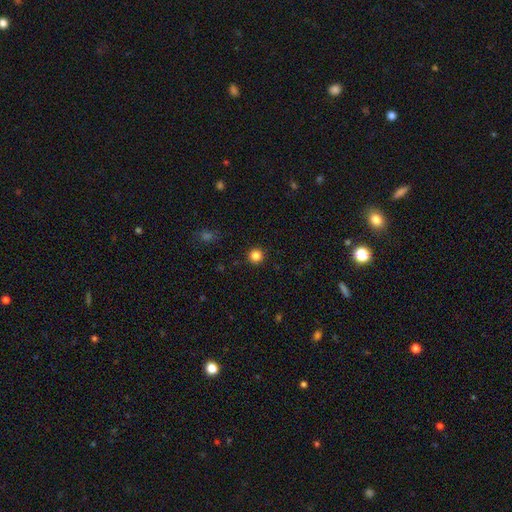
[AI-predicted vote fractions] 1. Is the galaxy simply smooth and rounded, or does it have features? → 84% smooth, 12% star or artifact, 4% featured or disk.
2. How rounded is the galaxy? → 96% round, 3% in between, 1% cigar-shaped.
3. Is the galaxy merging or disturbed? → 93% none, 5% minor disturbance, 2% major disturbance, 1% merger.